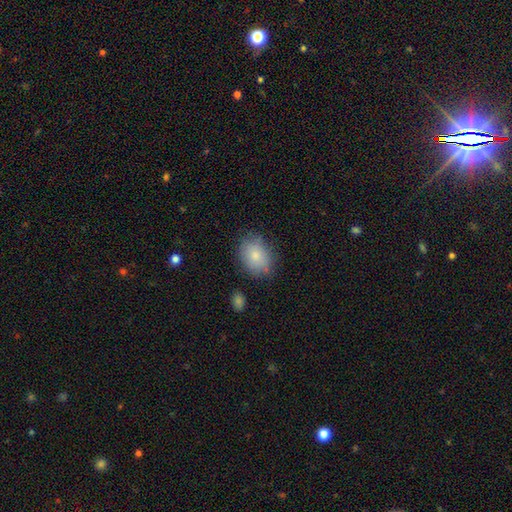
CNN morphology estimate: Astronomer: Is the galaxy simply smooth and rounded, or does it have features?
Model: smooth — 82%.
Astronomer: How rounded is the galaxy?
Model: in between — 69%.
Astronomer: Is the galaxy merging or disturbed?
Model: none — 75%.